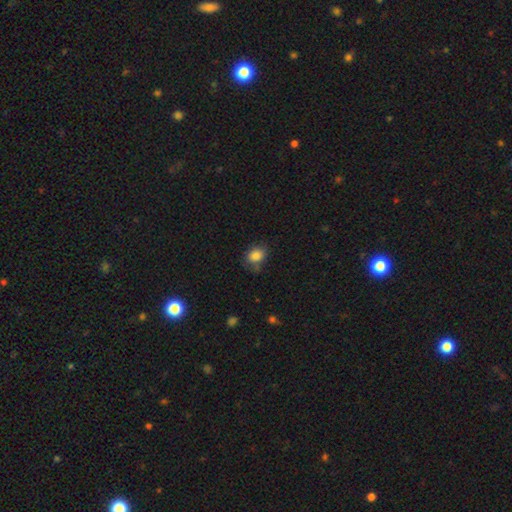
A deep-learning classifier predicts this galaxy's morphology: The model was most divided on "how rounded": in between: 64%, round: 35%, cigar-shaped: 1%. More confident: smooth or featured — smooth (84%); merging — none (67%).